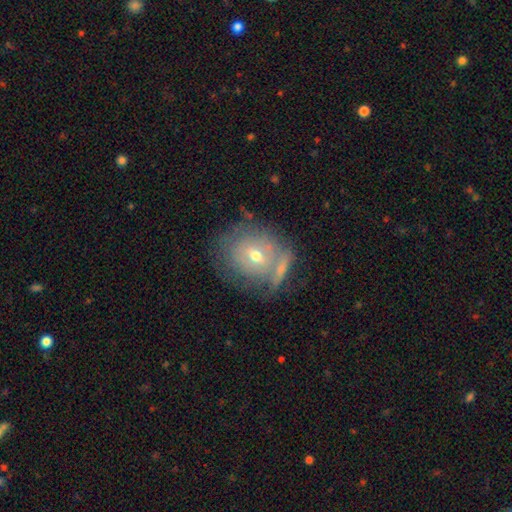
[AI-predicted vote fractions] This appears to be a featured or disk galaxy (51%). Merging: none (54%).